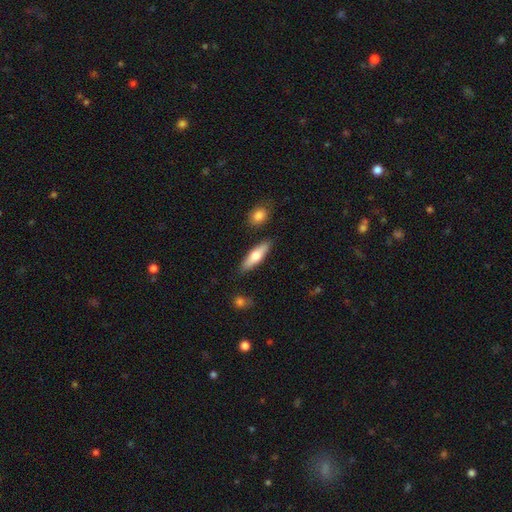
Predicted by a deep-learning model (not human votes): A smooth galaxy with no disk features (62%) that is cigar-shaped (57%).

Vote fractions:
- Smooth or featured? smooth: 62% / featured or disk: 32% / star or artifact: 5%
- How rounded? cigar-shaped: 57% / in between: 41% / round: 2%
- Merging? none: 86% / minor disturbance: 9% / merger: 3% / major disturbance: 2%